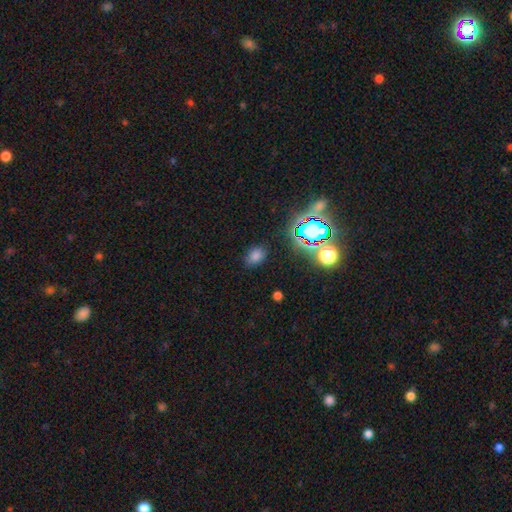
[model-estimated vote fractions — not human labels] Smooth or featured? Predicted: smooth (p=0.66). How rounded? Predicted: in between (p=0.68). Merging? Predicted: none (p=0.82).